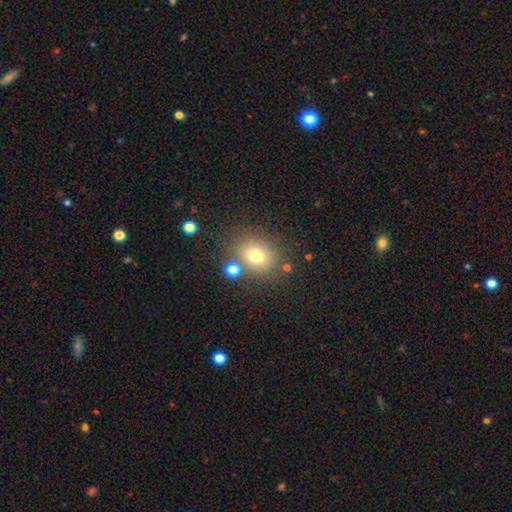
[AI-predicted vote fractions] A smooth galaxy with no disk features (73%) that is round (58%). Merging: none (76%).